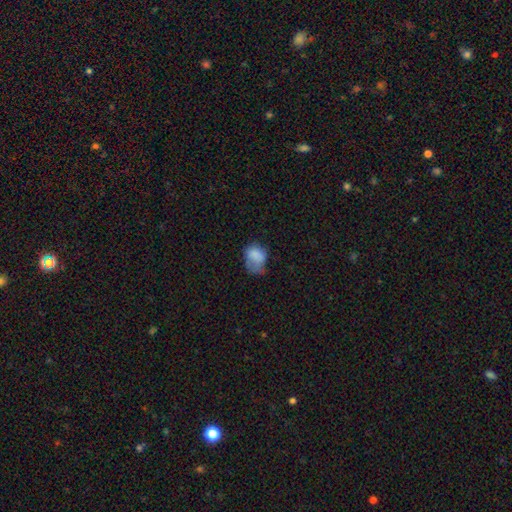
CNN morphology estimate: Smooth or featured? smooth (77%)
How rounded? in between (67%)
Merging? minor disturbance (36%)